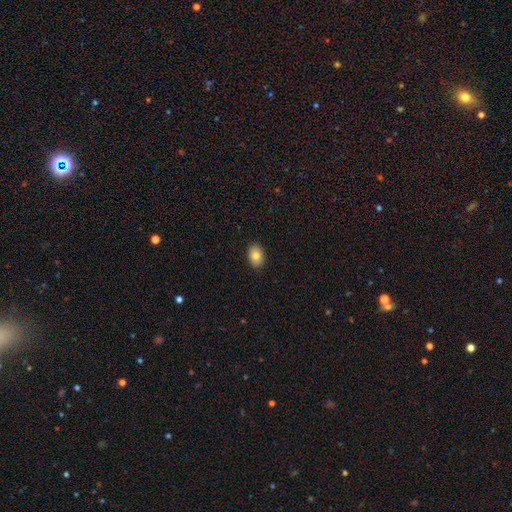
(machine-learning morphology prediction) smooth-or-featured: smooth: 81% | featured or disk: 10% | star or artifact: 8%
  how-rounded: in between: 77% | round: 22% | cigar-shaped: 1%
  merging: none: 90% | minor disturbance: 8% | major disturbance: 2% | merger: 1%